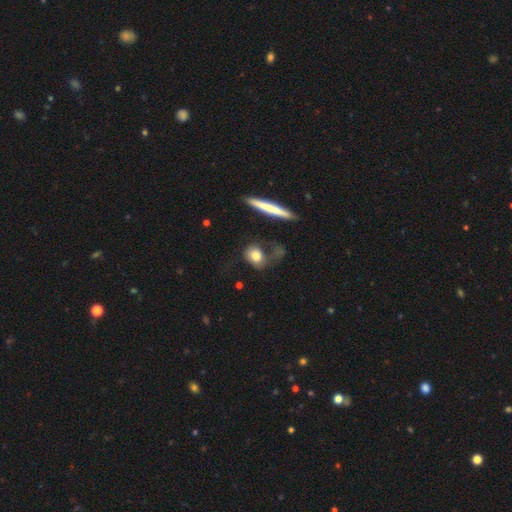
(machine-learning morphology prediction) This appears to be a smooth galaxy with no disk features (74%) that is round (47%). Merging: none (48%).